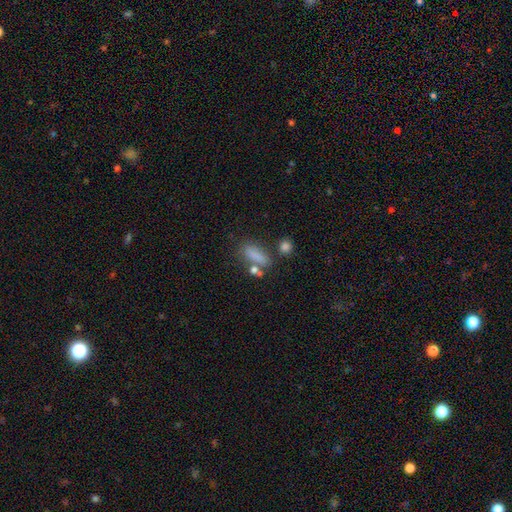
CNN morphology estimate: type=smooth (76%); roundness=in between (54%); merging=none (56%).